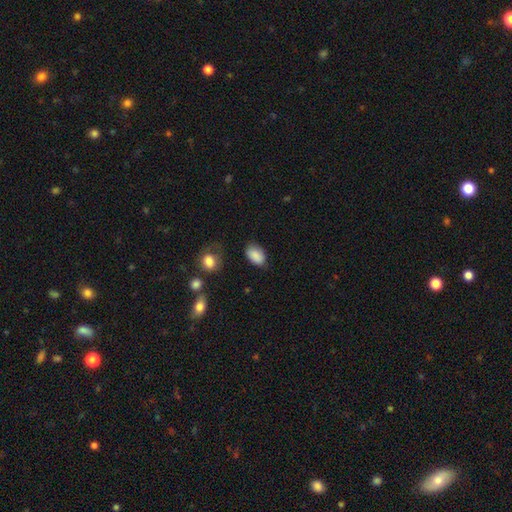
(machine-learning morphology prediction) The model was most divided on "merging": none: 76%, minor disturbance: 18%, major disturbance: 5%, merger: 2%. More confident: how rounded — in between (89%); smooth or featured — smooth (88%).